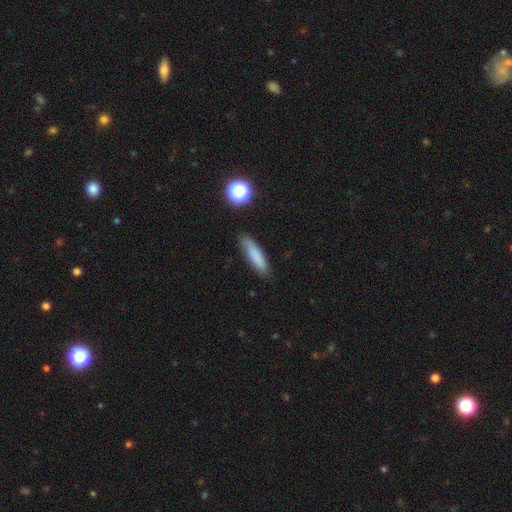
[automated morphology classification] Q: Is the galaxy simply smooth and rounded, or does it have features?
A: smooth — 80%.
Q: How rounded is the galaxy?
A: cigar-shaped — 73%.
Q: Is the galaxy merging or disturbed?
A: none — 80%.